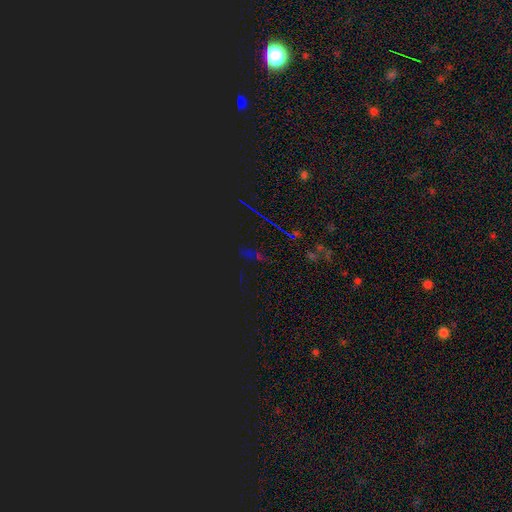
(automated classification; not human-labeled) Smooth or featured? star or artifact (78%)